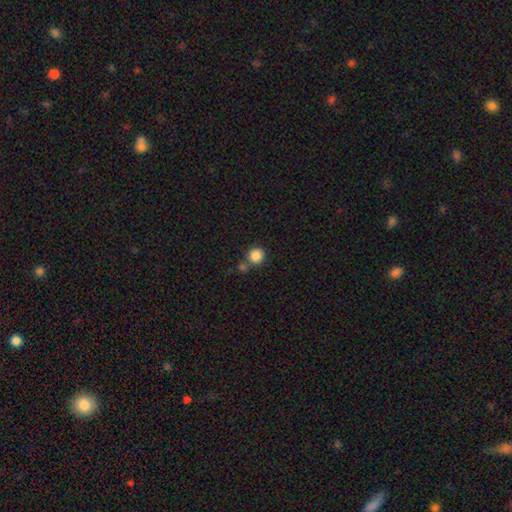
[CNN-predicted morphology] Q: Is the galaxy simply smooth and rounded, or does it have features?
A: smooth — 86%.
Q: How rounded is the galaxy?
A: round — 93%.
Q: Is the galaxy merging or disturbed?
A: none — 68%.